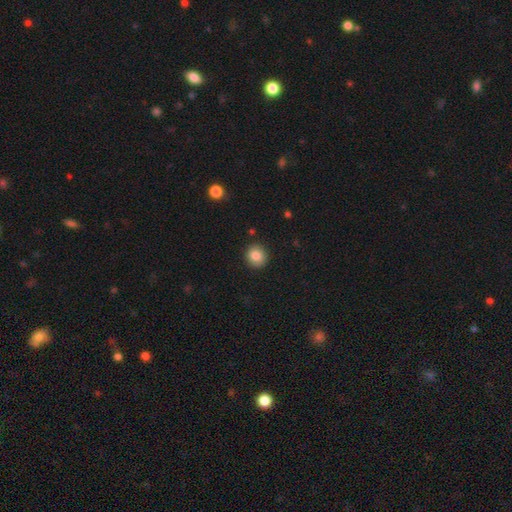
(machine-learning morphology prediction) Smooth or featured?
  - smooth: 82% *
  - star or artifact: 9%
  - featured or disk: 8%
How rounded?
  - round: 86% *
  - in between: 13%
  - cigar-shaped: 1%
Merging?
  - none: 90% *
  - minor disturbance: 7%
  - major disturbance: 2%
  - merger: 1%